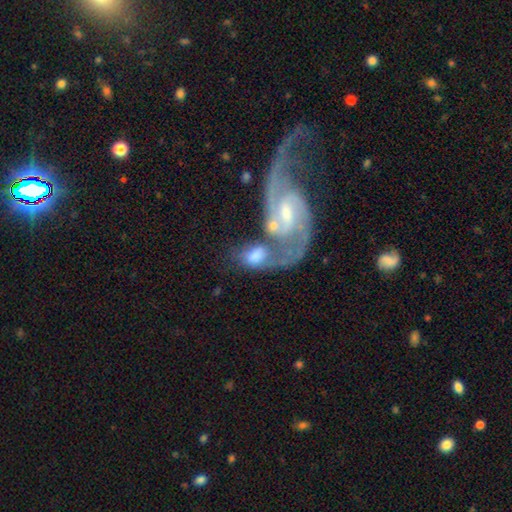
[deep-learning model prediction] Q: Smooth or featured?
A: featured or disk (50%); runner-up: smooth (42%)
Q: Merging?
A: merger (57%); runner-up: none (17%)